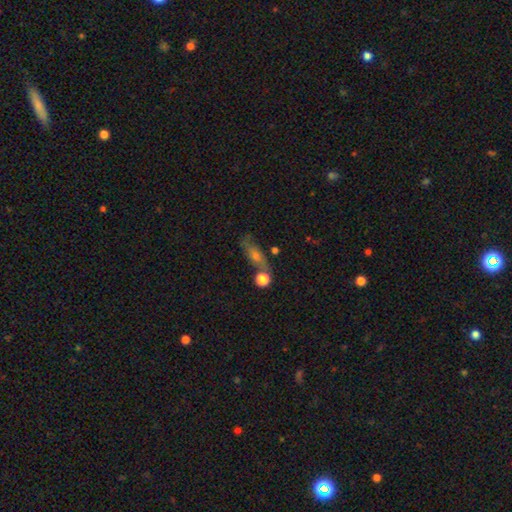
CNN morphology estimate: type=smooth (44%); merging=none (61%).